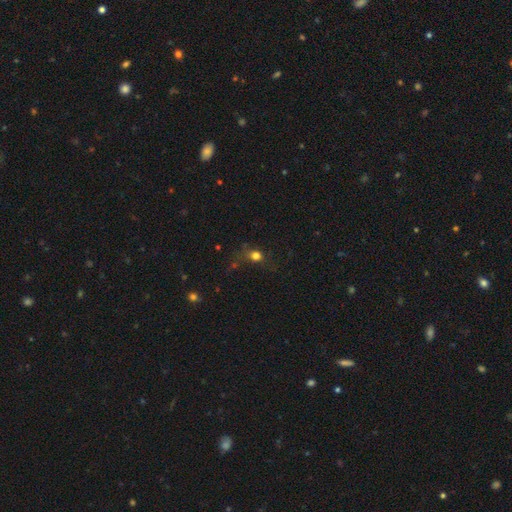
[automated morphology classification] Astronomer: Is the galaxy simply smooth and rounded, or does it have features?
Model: smooth — 70%.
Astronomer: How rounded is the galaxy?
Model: round — 70%.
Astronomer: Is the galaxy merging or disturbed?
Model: none — 63%.